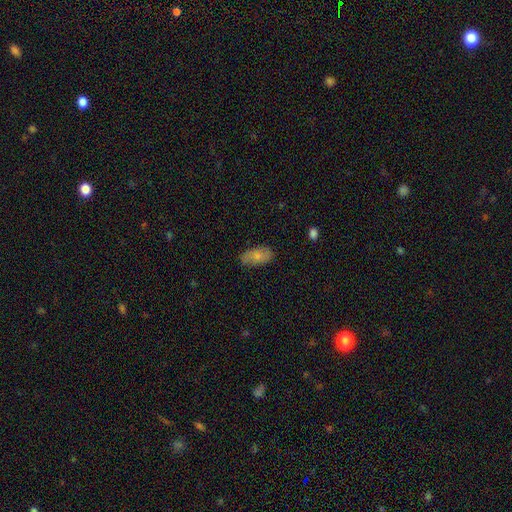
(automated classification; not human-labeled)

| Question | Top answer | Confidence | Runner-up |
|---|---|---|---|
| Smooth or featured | smooth | 63% | featured or disk (27%) |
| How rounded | in between | 90% | cigar-shaped (6%) |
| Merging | none | 81% | minor disturbance (15%) |